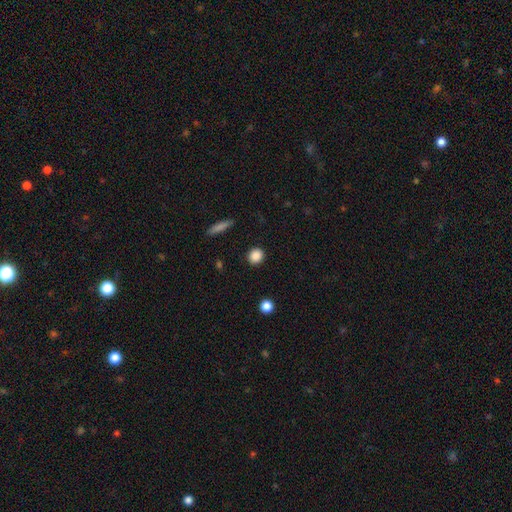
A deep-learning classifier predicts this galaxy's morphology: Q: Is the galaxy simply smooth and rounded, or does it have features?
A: smooth — 87%.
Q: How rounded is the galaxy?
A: round — 85%.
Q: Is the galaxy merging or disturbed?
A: none — 90%.